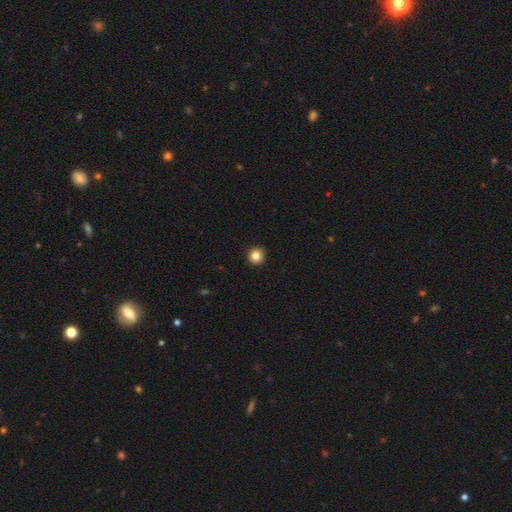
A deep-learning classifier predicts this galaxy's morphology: A smooth galaxy with no disk features (85%) that is round (96%). Merging: none (94%).